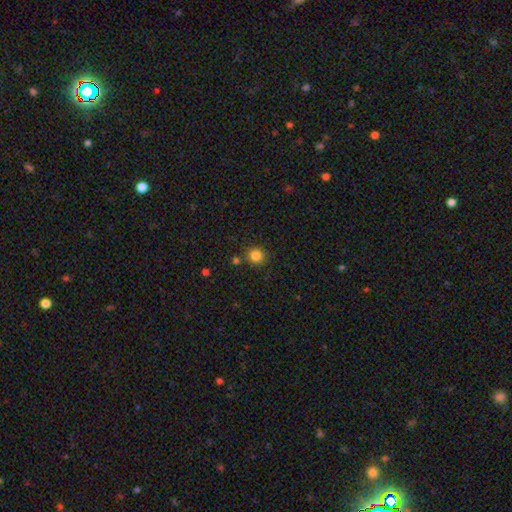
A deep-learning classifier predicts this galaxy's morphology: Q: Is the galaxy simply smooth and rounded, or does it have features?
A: smooth — 83%.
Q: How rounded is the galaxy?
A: round — 91%.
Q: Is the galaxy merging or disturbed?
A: none — 82%.